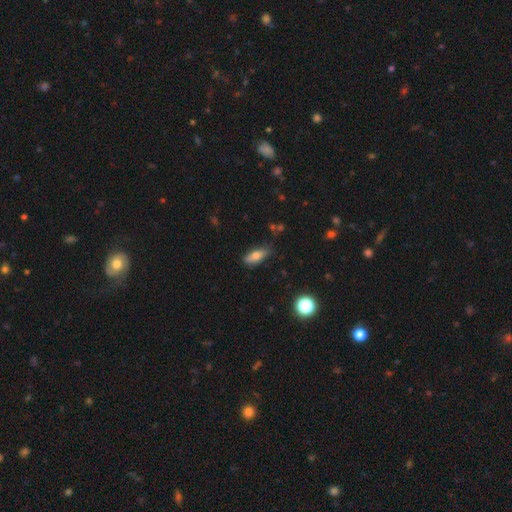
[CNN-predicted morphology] smooth_or_featured: smooth (p=0.74) [alt: featured or disk p=0.17]
how_rounded: in between (p=0.69) [alt: cigar-shaped p=0.27]
merging: none (p=0.70) [alt: minor disturbance p=0.23]